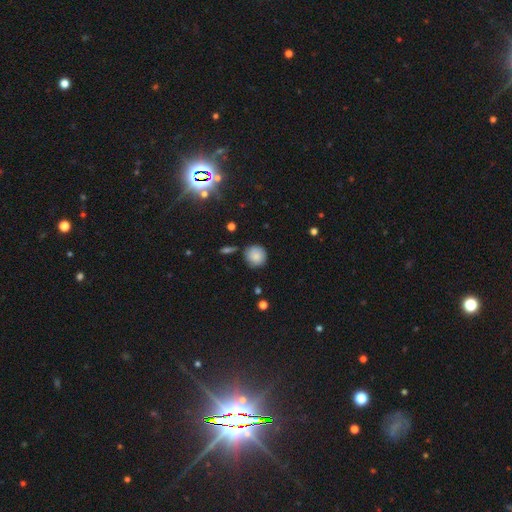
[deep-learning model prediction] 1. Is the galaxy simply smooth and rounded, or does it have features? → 83% smooth, 9% star or artifact, 8% featured or disk.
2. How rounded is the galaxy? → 91% round, 8% in between, 1% cigar-shaped.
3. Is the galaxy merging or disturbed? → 75% none, 18% minor disturbance, 4% merger, 4% major disturbance.